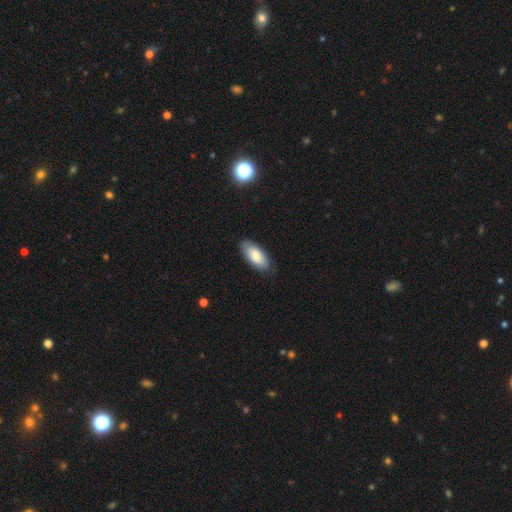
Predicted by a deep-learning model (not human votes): A smooth galaxy with no disk features (79%) that is in between round and cigar-shaped (88%). Merging: none (84%).